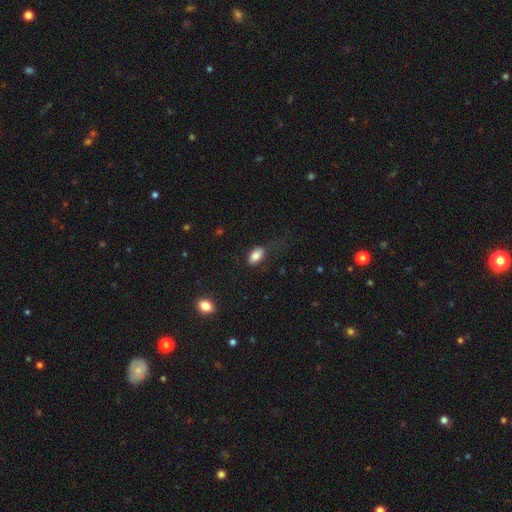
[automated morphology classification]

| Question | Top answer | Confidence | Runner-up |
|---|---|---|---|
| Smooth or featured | smooth | 84% | featured or disk (8%) |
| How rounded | in between | 92% | round (5%) |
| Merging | none | 64% | minor disturbance (21%) |